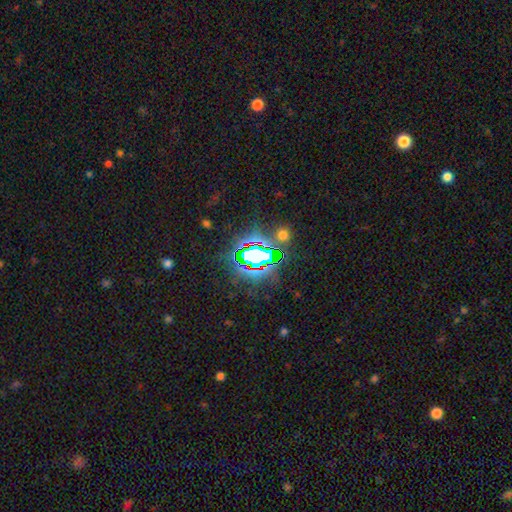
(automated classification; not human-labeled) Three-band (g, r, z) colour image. It shows a star or artifact, not a galaxy (74%).